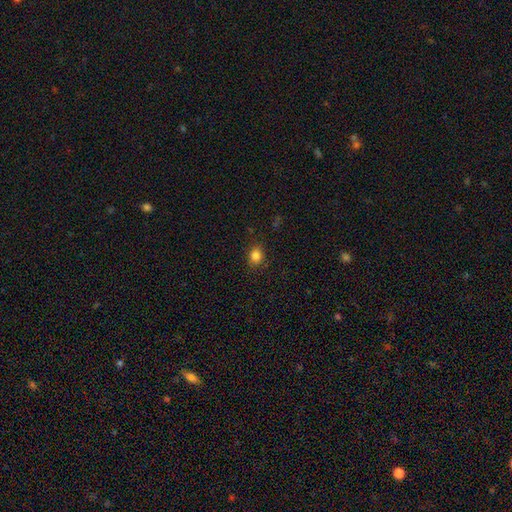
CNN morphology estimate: The model was most divided on "how rounded": round: 62%, in between: 37%, cigar-shaped: 1%. More confident: merging — none (86%); smooth or featured — smooth (83%).